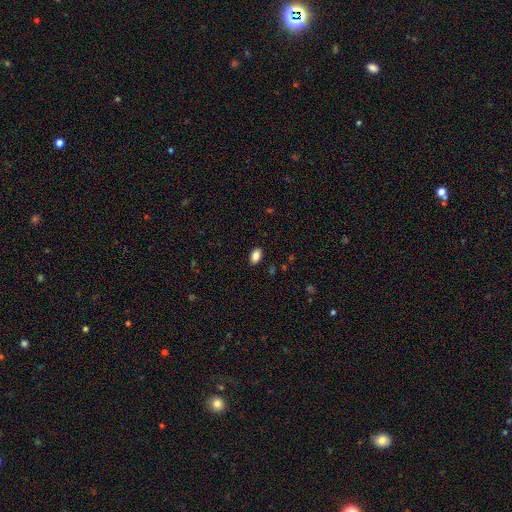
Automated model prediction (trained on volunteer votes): A smooth galaxy with no disk features (85%) that is in between round and cigar-shaped (90%). Merging: none (88%).